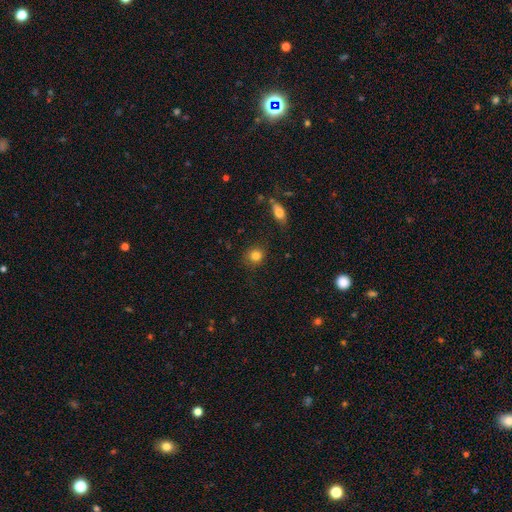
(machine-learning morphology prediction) A smooth galaxy with no disk features (83%) that is round (83%). Merging: none (85%).